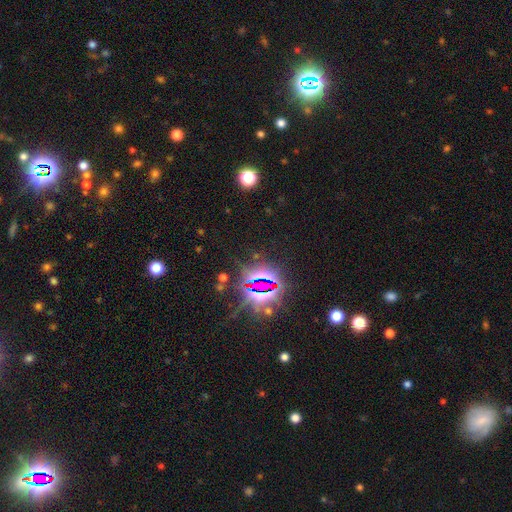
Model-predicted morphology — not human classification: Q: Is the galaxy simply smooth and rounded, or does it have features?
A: star or artifact — 83%.